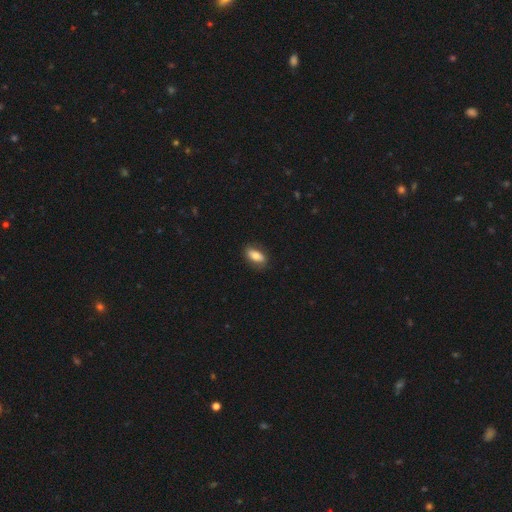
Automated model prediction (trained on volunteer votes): Q: Smooth or featured?
A: smooth (79%); runner-up: featured or disk (14%)
Q: How rounded?
A: in between (88%); runner-up: cigar-shaped (7%)
Q: Merging?
A: none (80%); runner-up: minor disturbance (15%)